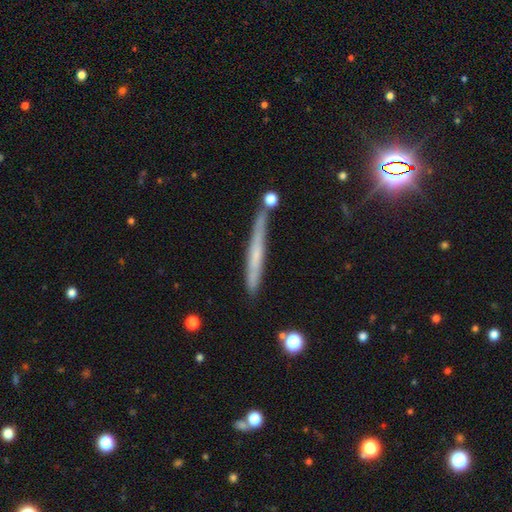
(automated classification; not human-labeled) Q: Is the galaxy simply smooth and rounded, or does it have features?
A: featured or disk — 47%.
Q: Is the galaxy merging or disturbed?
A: none — 79%.